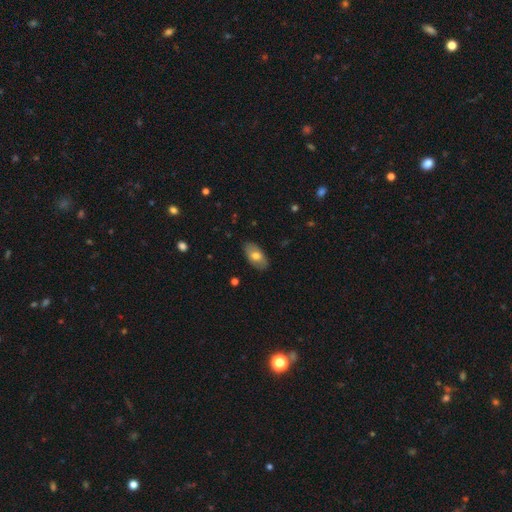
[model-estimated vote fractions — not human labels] smooth-or-featured: smooth: 70% | featured or disk: 23% | star or artifact: 7%
  how-rounded: in between: 93% | round: 4% | cigar-shaped: 3%
  merging: none: 86% | minor disturbance: 11% | major disturbance: 2% | merger: 1%